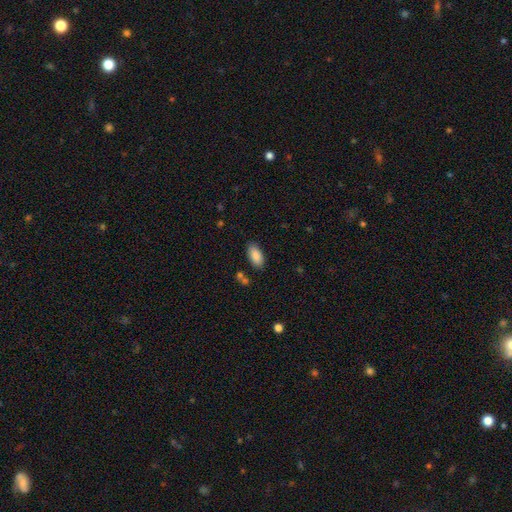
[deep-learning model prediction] Smooth or featured: smooth — 88% (star or artifact — 7%)
How rounded: in between — 92% (cigar-shaped — 5%)
Merging: none — 83% (minor disturbance — 11%)